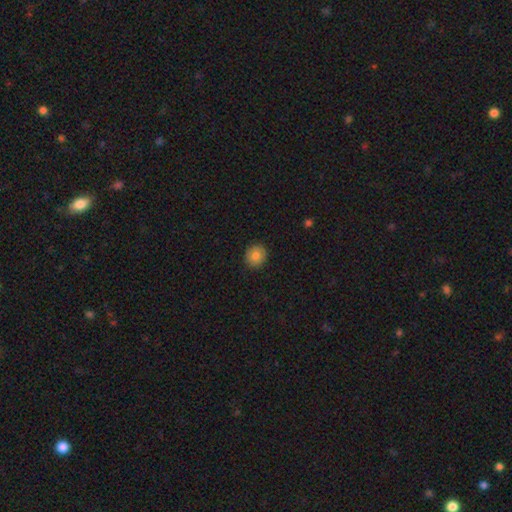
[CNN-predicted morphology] Smooth or featured: smooth — 80% (featured or disk — 11%)
How rounded: round — 83% (in between — 16%)
Merging: none — 91% (minor disturbance — 7%)